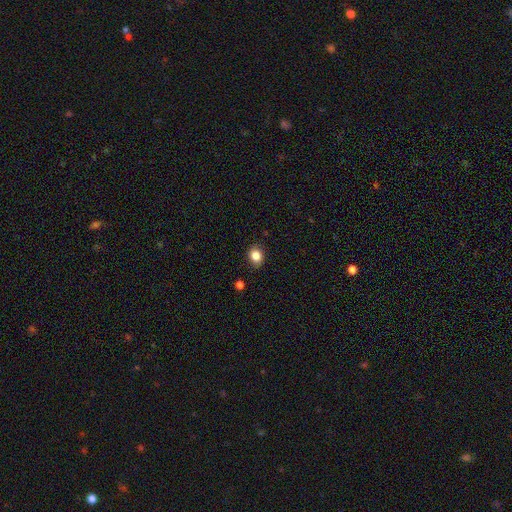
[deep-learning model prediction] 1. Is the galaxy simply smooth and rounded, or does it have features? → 84% smooth, 10% star or artifact, 6% featured or disk.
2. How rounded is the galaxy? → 55% round, 44% in between, 1% cigar-shaped.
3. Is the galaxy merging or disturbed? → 86% none, 10% minor disturbance, 2% major disturbance, 1% merger.